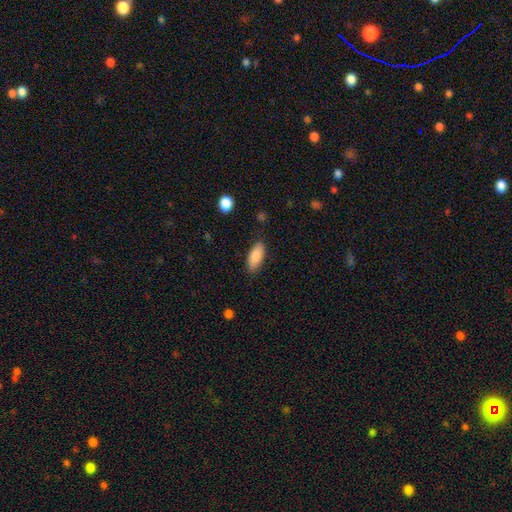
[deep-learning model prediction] Smooth or featured: smooth — 83% (featured or disk — 10%)
How rounded: in between — 84% (cigar-shaped — 13%)
Merging: none — 83% (minor disturbance — 13%)